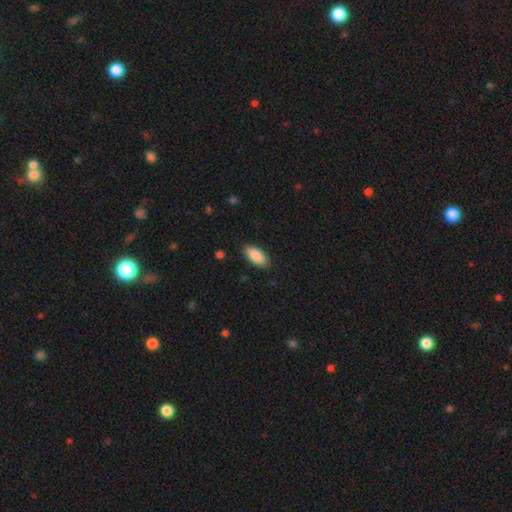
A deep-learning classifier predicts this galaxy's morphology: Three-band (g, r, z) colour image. It shows a smooth galaxy with no disk features (89%) that is in between round and cigar-shaped (91%). Merging: none (86%).